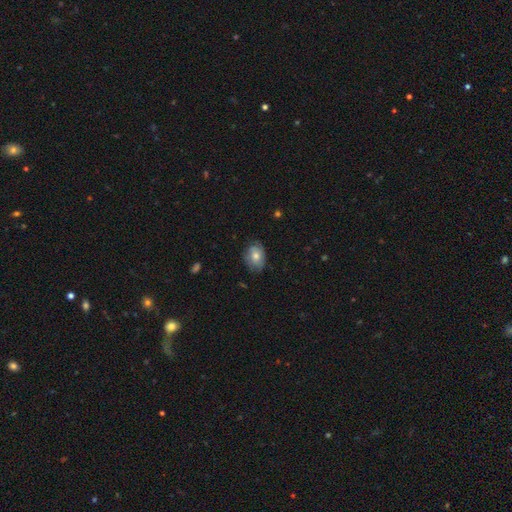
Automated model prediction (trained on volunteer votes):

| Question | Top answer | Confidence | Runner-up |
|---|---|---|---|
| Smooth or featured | smooth | 62% | featured or disk (29%) |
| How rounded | in between | 65% | round (34%) |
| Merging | none | 72% | minor disturbance (22%) |